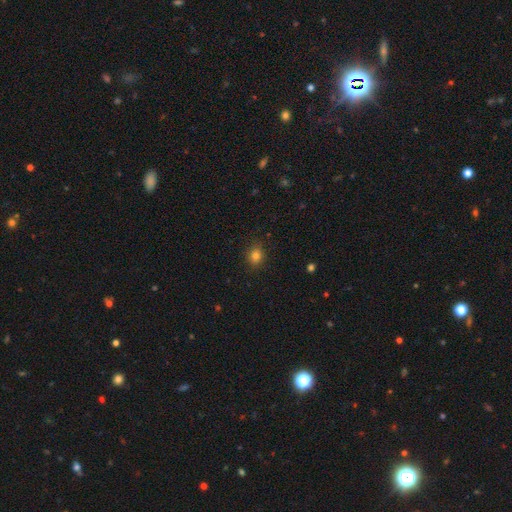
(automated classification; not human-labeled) smooth-or-featured: smooth: 81% | star or artifact: 14% | featured or disk: 6%
  how-rounded: round: 63% | in between: 36% | cigar-shaped: 1%
  merging: none: 87% | minor disturbance: 10% | major disturbance: 2% | merger: 1%